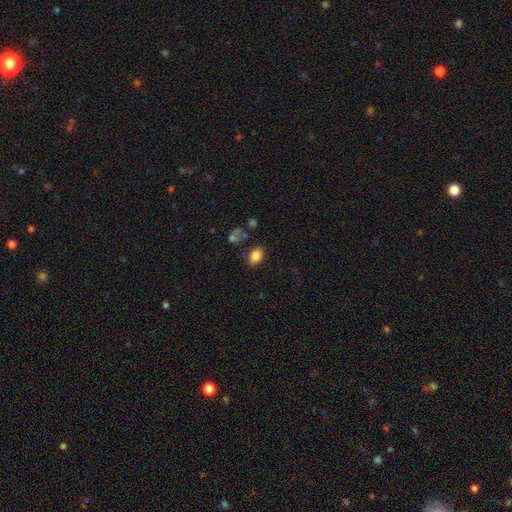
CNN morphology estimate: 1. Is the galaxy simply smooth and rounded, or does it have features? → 83% smooth, 10% star or artifact, 7% featured or disk.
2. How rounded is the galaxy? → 76% in between, 23% round, 1% cigar-shaped.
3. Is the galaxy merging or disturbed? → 75% none, 15% minor disturbance, 6% merger, 5% major disturbance.